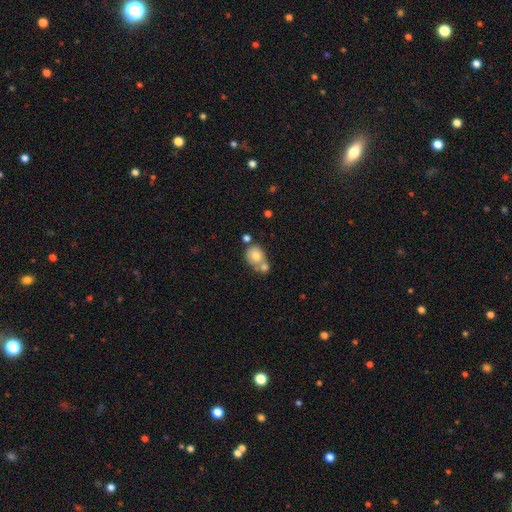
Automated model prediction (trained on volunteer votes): smooth_or_featured: smooth (p=0.73) [alt: featured or disk p=0.18]
how_rounded: round (p=0.63) [alt: in between p=0.36]
merging: merger (p=0.55) [alt: none p=0.30]